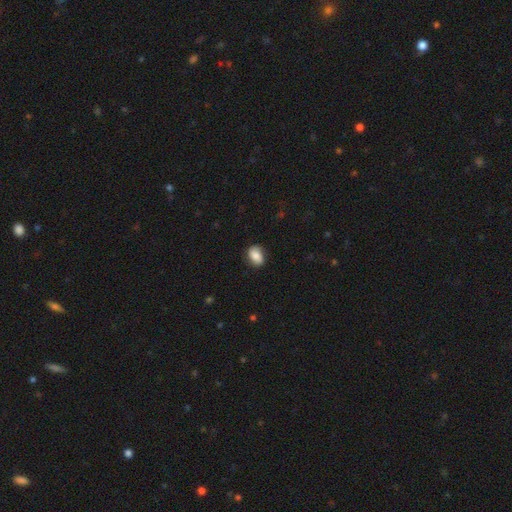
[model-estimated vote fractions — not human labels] Smooth or featured: smooth — 79% (featured or disk — 13%)
How rounded: in between — 78% (round — 21%)
Merging: none — 80% (minor disturbance — 15%)